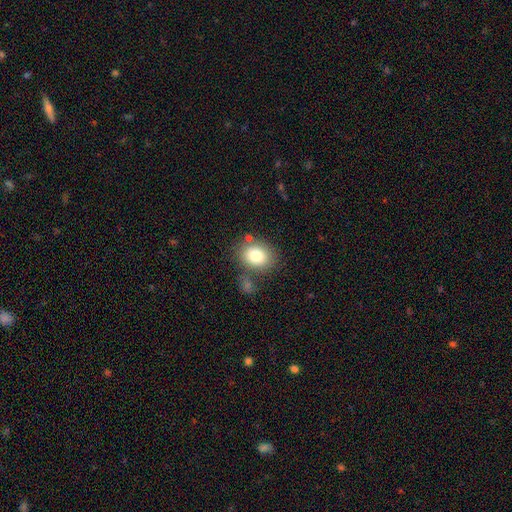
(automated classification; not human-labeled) Morphology: type=smooth (80%); roundness=in between (52%); merging=none (68%).